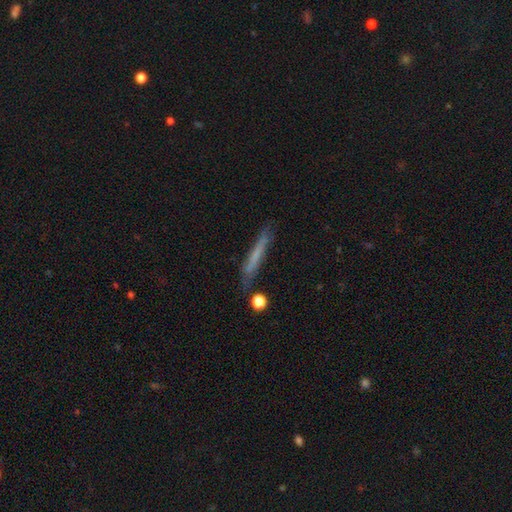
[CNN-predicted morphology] type=smooth (55%); roundness=cigar-shaped (94%); merging=none (75%).